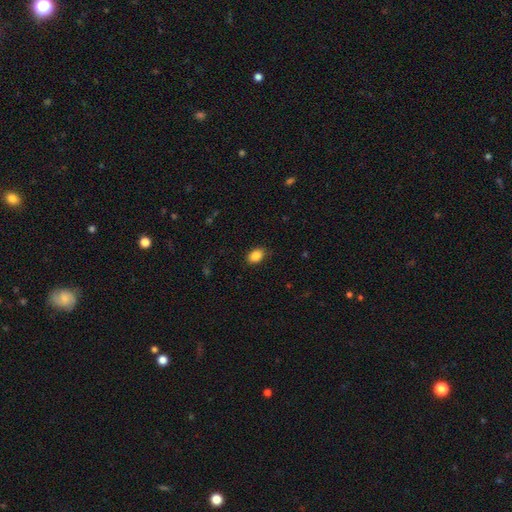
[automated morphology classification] type=smooth (87%); roundness=in between (79%); merging=none (85%).